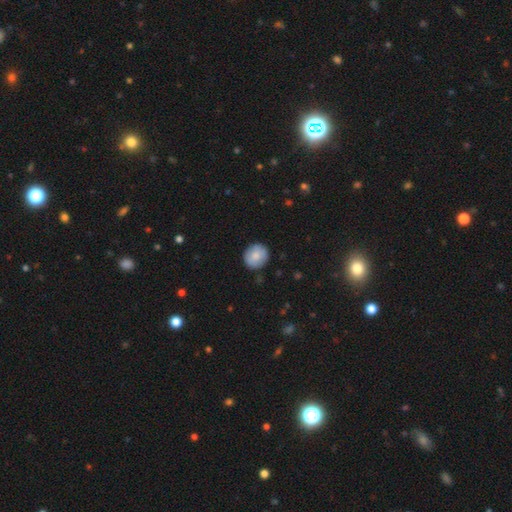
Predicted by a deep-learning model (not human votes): This appears to be a smooth galaxy with no disk features (80%) that is round (90%). Merging: none (88%).